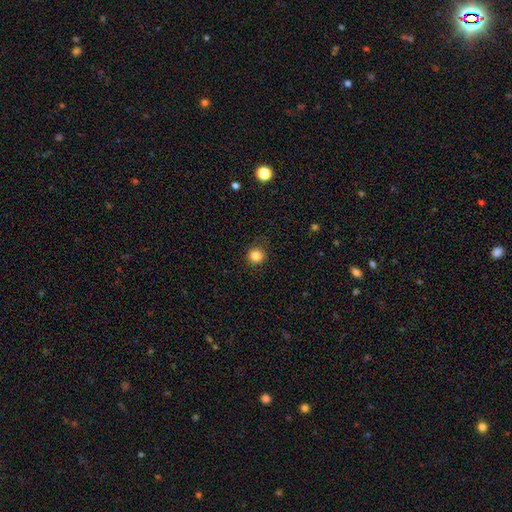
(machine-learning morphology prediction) Smooth or featured? smooth (84%)
How rounded? round (91%)
Merging? none (84%)